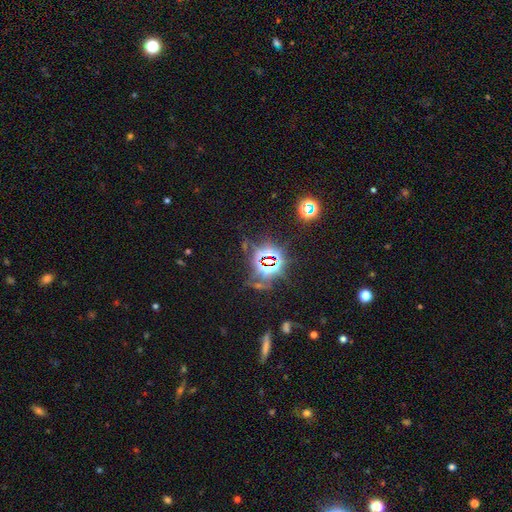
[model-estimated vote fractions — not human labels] star or artifact 81%, smooth 11%, featured or disk 8%.